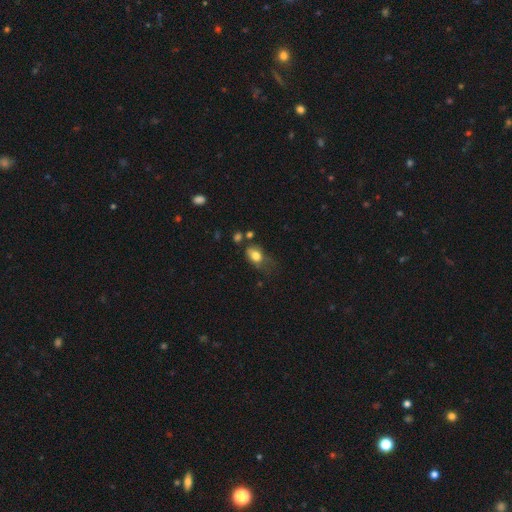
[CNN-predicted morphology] Smooth or featured? Predicted: smooth (p=0.78). How rounded? Predicted: in between (p=0.77). Merging? Predicted: none (p=0.34).